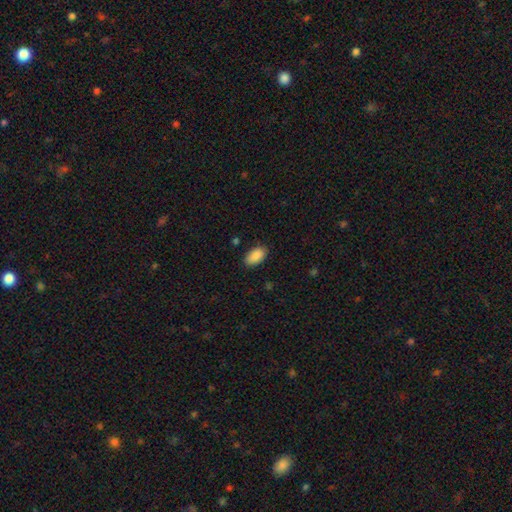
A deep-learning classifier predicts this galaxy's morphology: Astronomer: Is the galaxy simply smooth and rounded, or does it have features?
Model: smooth — 89%.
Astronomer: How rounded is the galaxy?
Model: in between — 94%.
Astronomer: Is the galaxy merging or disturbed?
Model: none — 84%.